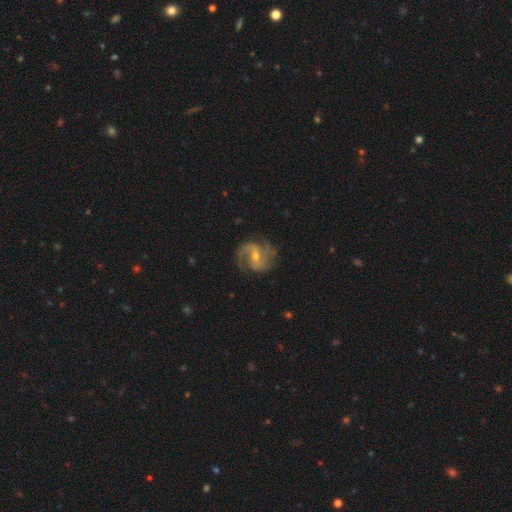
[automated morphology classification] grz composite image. It shows a featured or disk galaxy (89%) with a weak bar (49%), 2 (75%) medium (55%) spiral arms (97%) and a small central bulge (51%). Merging: none (75%).